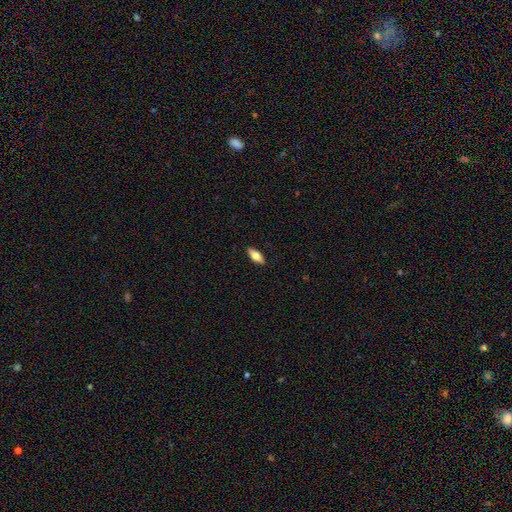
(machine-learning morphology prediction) Smooth or featured: smooth — 66% (featured or disk — 28%)
How rounded: in between — 75% (cigar-shaped — 22%)
Merging: none — 89% (minor disturbance — 8%)